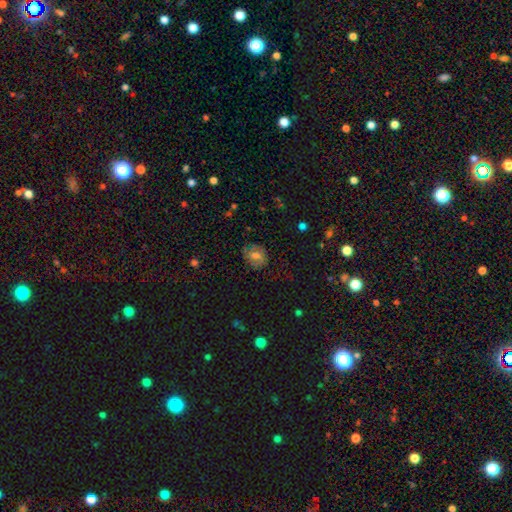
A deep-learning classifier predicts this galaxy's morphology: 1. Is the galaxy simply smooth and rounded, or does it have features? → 55% smooth, 34% featured or disk, 11% star or artifact.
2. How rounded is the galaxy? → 52% round, 47% in between, 1% cigar-shaped.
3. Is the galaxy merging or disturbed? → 74% none, 19% minor disturbance, 6% major disturbance, 1% merger.